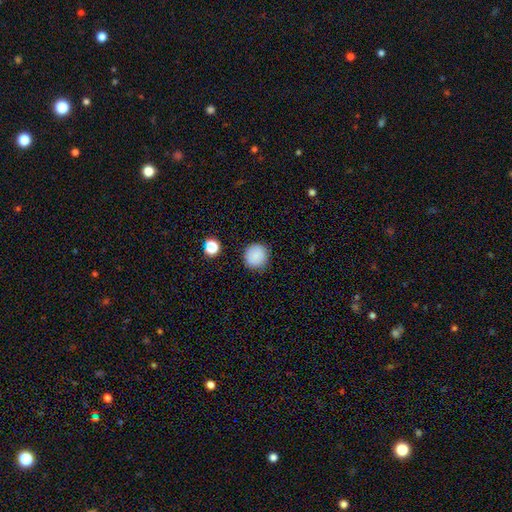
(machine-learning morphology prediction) type=smooth (85%); roundness=round (94%); merging=none (89%).